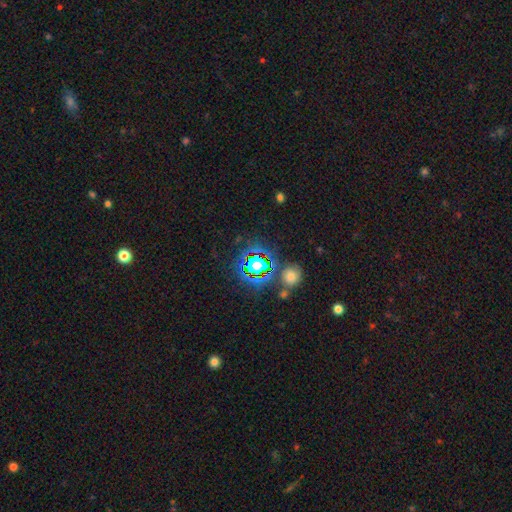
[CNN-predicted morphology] The model was most divided on "smooth or featured": star or artifact: 72%, smooth: 19%, featured or disk: 9%.